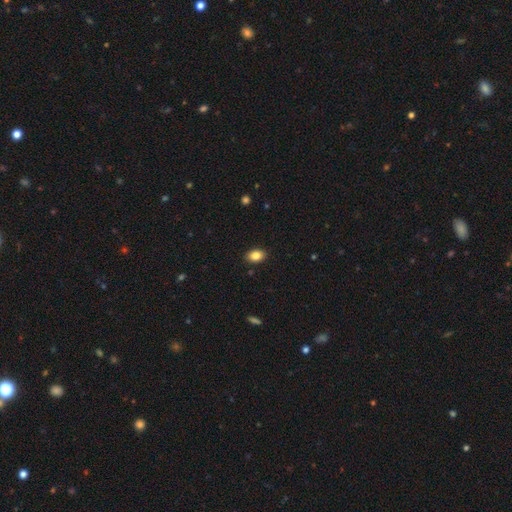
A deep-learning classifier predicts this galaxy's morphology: Overall: smooth (85%). How rounded: in between (80%). Merging: none (89%).